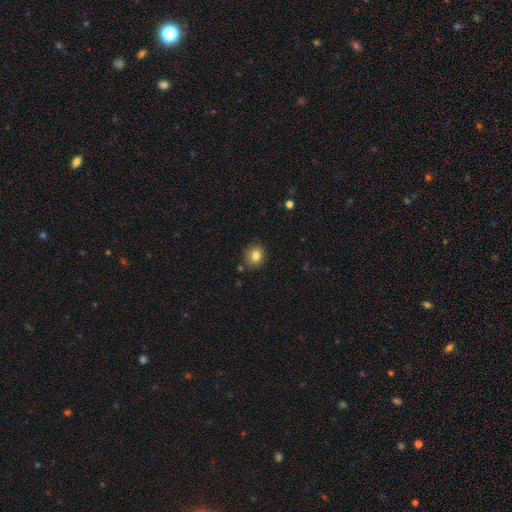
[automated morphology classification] A smooth galaxy with no disk features (82%) that is round (74%). Merging: none (84%).